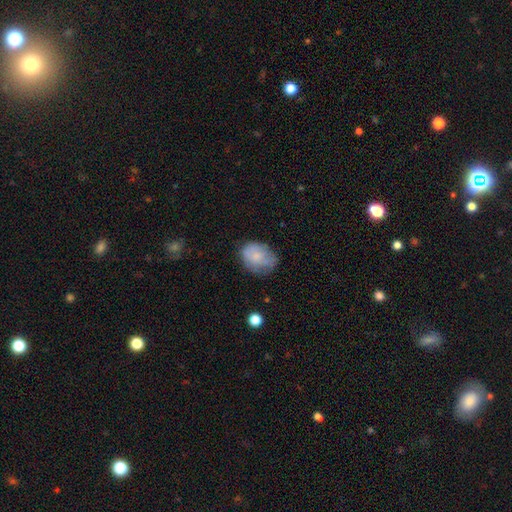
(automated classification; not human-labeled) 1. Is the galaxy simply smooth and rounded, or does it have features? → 68% smooth, 24% featured or disk, 8% star or artifact.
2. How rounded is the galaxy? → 63% in between, 36% round, 1% cigar-shaped.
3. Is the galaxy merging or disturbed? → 57% none, 30% minor disturbance, 11% major disturbance, 2% merger.